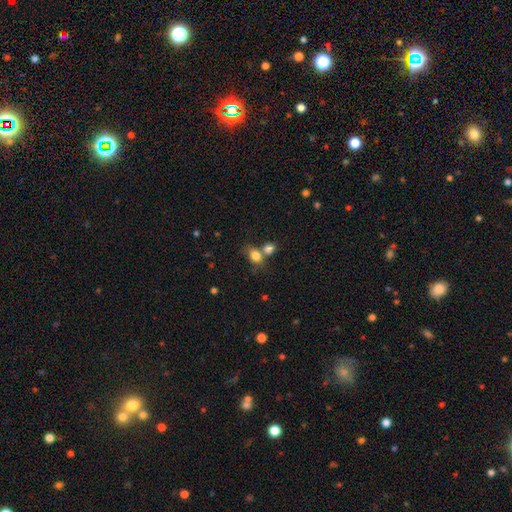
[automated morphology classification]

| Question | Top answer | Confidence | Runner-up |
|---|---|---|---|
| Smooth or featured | smooth | 81% | star or artifact (11%) |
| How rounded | in between | 65% | round (34%) |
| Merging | none | 43% | merger (38%) |